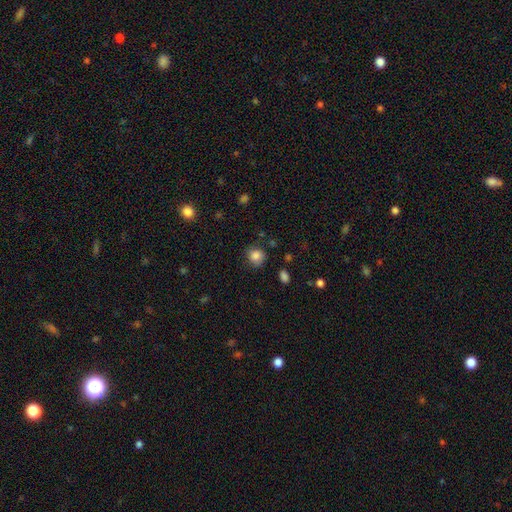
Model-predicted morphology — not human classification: Smooth or featured?
  - smooth: 85% *
  - star or artifact: 10%
  - featured or disk: 5%
How rounded?
  - round: 82% *
  - in between: 17%
  - cigar-shaped: 1%
Merging?
  - none: 77% *
  - minor disturbance: 16%
  - major disturbance: 4%
  - merger: 2%